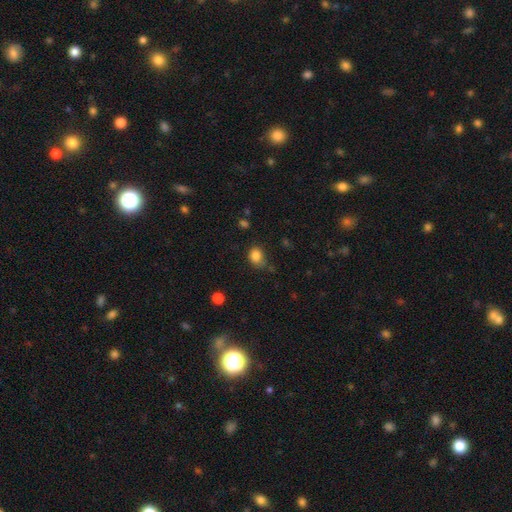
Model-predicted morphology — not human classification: Smooth or featured? Predicted: smooth (p=0.84). How rounded? Predicted: round (p=0.50). Merging? Predicted: none (p=0.64).